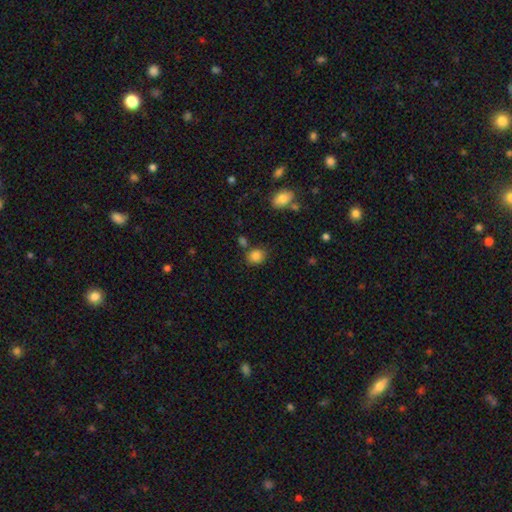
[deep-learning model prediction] This is clearly a smooth galaxy (85%). How rounded: likely round (69%). Merging: likely none (74%).